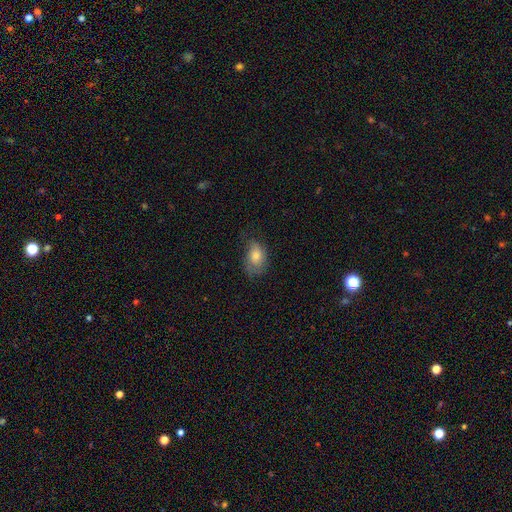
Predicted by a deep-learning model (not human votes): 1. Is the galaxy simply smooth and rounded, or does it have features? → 63% smooth, 27% featured or disk, 10% star or artifact.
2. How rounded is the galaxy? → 79% in between, 20% round, 2% cigar-shaped.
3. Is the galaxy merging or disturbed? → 56% none, 30% minor disturbance, 13% major disturbance, 1% merger.